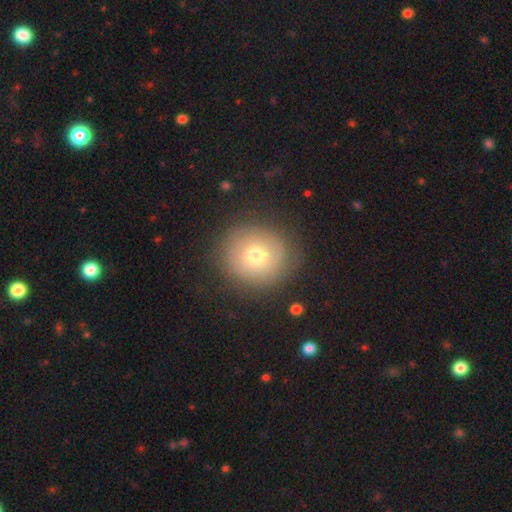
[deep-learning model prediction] The model was most divided on "smooth or featured": smooth: 61%, featured or disk: 29%, star or artifact: 10%. More confident: how rounded — round (91%); merging — none (80%).